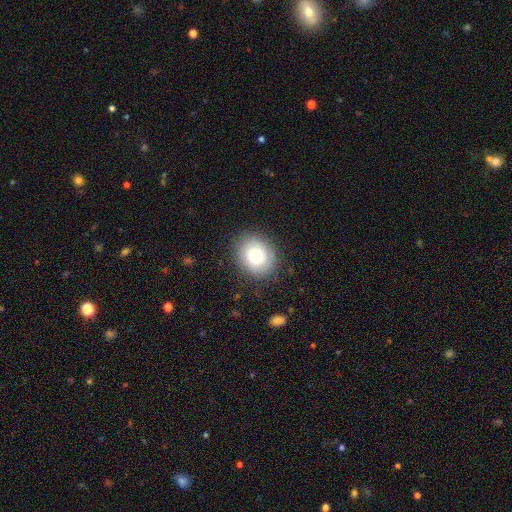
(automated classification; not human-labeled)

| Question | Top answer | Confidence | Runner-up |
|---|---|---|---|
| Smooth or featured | smooth | 75% | featured or disk (17%) |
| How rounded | round | 63% | in between (37%) |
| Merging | none | 84% | minor disturbance (11%) |